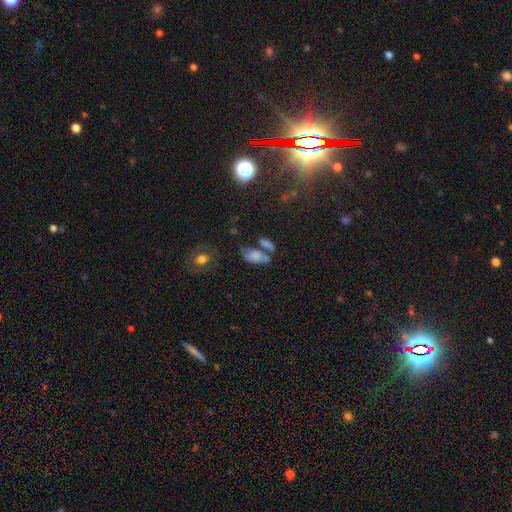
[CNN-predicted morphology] Overall: smooth (68%). How rounded: in between (85%). Merging: merger (41%; none 31%).